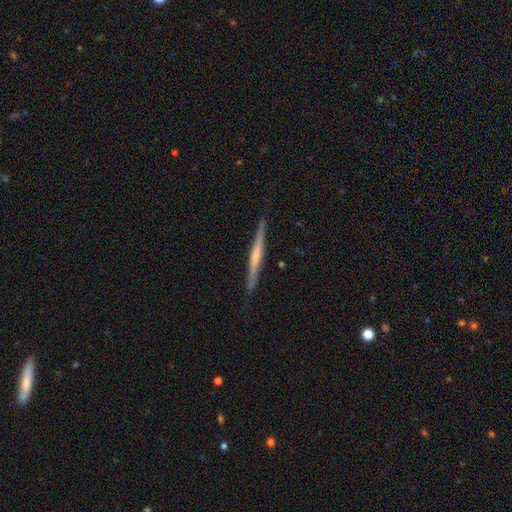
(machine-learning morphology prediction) smooth_or_featured: featured or disk (p=0.69) [alt: smooth p=0.26]
disk_edge_on: yes (p=0.98) [alt: no p=0.02]
edge_on_bulge: rounded (p=0.45) [alt: none p=0.43]
merging: none (p=0.89) [alt: minor disturbance p=0.08]